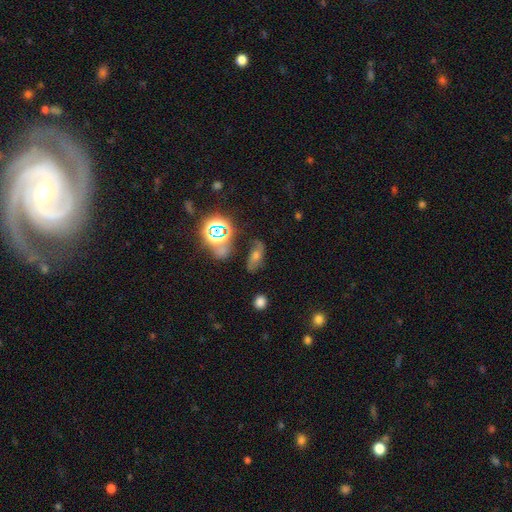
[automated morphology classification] Q: Smooth or featured?
A: featured or disk (47%); runner-up: star or artifact (29%)
Q: Merging?
A: none (65%); runner-up: minor disturbance (20%)